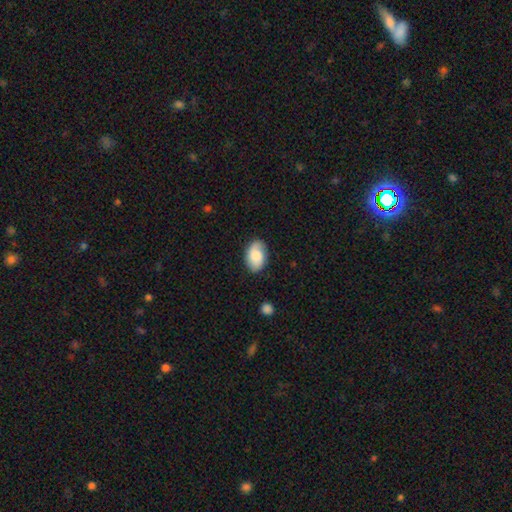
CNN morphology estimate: The model was most divided on "smooth or featured": smooth: 72%, featured or disk: 21%, star or artifact: 7%. More confident: how rounded — in between (90%); merging — none (80%).